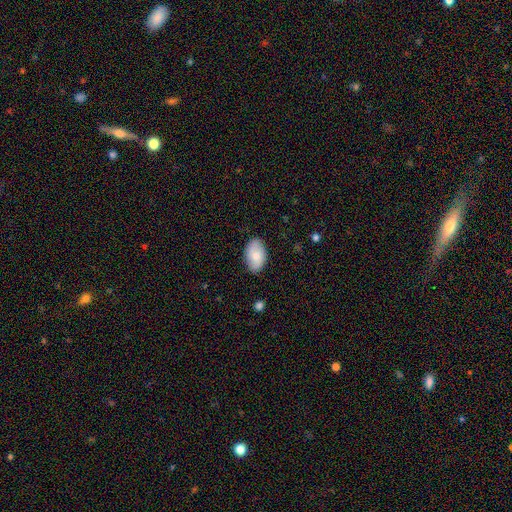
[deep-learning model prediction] Smooth or featured?
  - smooth: 75% *
  - featured or disk: 19%
  - star or artifact: 6%
How rounded?
  - in between: 94% *
  - round: 5%
  - cigar-shaped: 1%
Merging?
  - none: 83% *
  - minor disturbance: 13%
  - major disturbance: 3%
  - merger: 1%